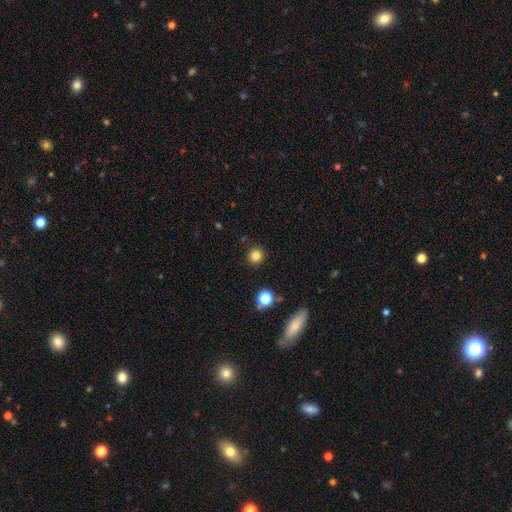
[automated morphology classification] Q: Smooth or featured?
A: smooth (82%); runner-up: star or artifact (14%)
Q: How rounded?
A: round (95%); runner-up: in between (4%)
Q: Merging?
A: none (91%); runner-up: minor disturbance (5%)